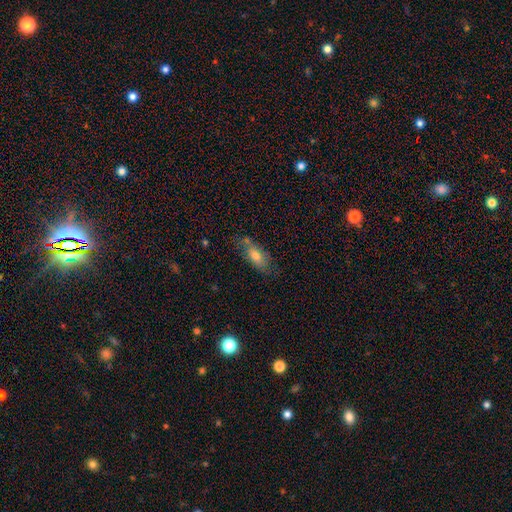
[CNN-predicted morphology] A smooth galaxy with no disk features (67%) that is in between round and cigar-shaped (75%). Merging: none (62%).